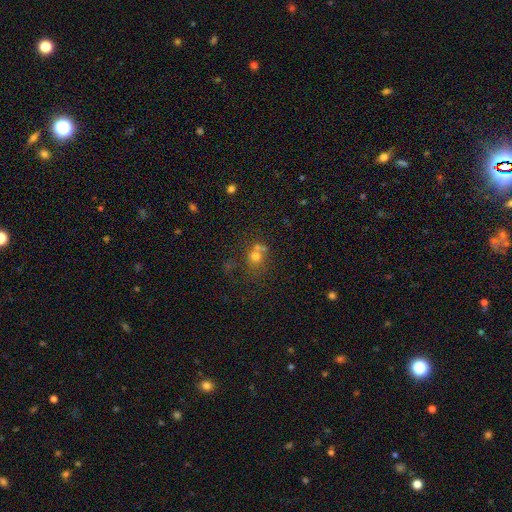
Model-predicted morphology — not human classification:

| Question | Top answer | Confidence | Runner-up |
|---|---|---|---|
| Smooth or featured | smooth | 63% | star or artifact (22%) |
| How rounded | round | 79% | in between (20%) |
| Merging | none | 48% | merger (35%) |